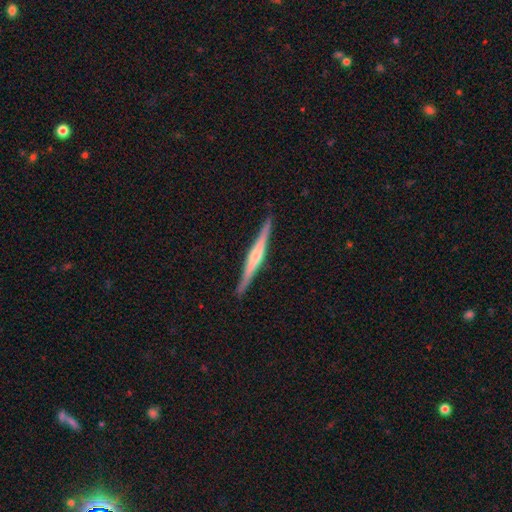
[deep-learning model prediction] A featured or disk galaxy (74%) viewed edge-on (98%) with a rounded central bulge (65%).

Vote fractions:
- Smooth or featured? featured or disk: 74% / smooth: 21% / star or artifact: 5%
- Edge-on disk? yes: 98% / no: 2%
- Edge-on bulge? rounded: 65% / boxy: 17% / none: 17%
- Merging? none: 91% / minor disturbance: 7% / major disturbance: 1% / merger: 1%